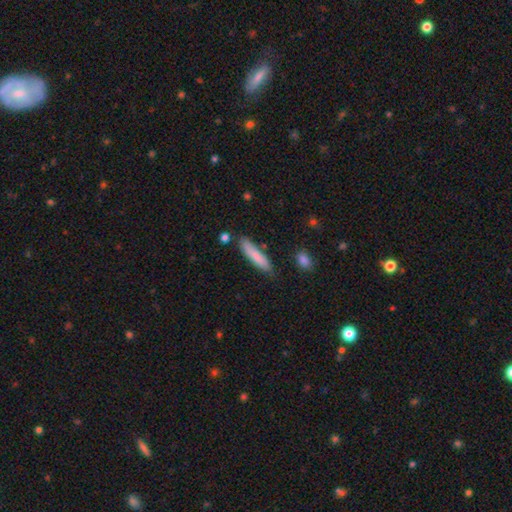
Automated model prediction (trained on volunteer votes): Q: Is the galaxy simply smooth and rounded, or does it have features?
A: smooth — 82%.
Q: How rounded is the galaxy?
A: cigar-shaped — 84%.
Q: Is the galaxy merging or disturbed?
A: none — 79%.